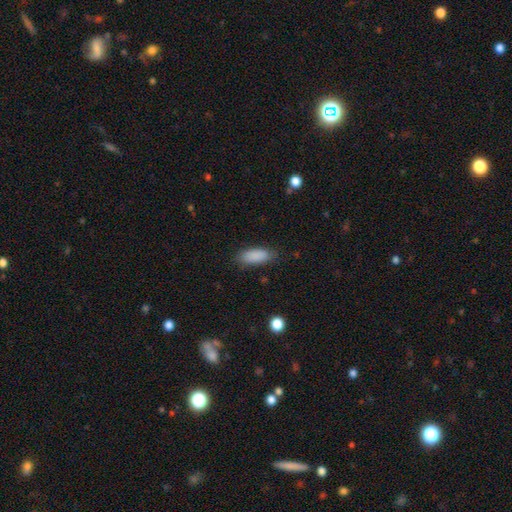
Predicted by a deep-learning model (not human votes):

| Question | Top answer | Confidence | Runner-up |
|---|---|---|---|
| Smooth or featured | smooth | 88% | star or artifact (7%) |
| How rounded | in between | 79% | cigar-shaped (19%) |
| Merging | none | 82% | minor disturbance (14%) |